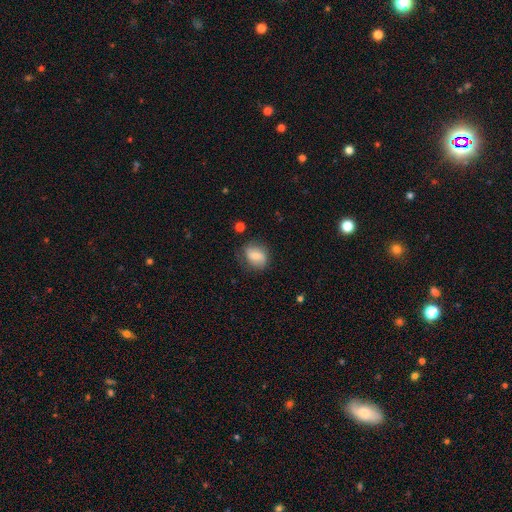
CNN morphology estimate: Q: Smooth or featured?
A: smooth (73%); runner-up: featured or disk (19%)
Q: How rounded?
A: in between (60%); runner-up: round (39%)
Q: Merging?
A: none (65%); runner-up: minor disturbance (24%)